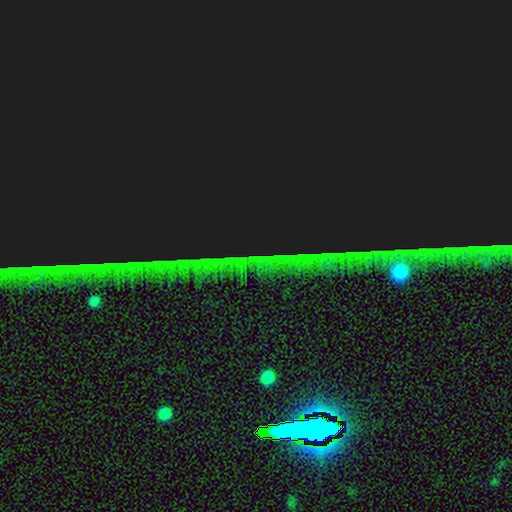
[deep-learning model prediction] Q: Smooth or featured?
A: star or artifact (87%); runner-up: smooth (7%)